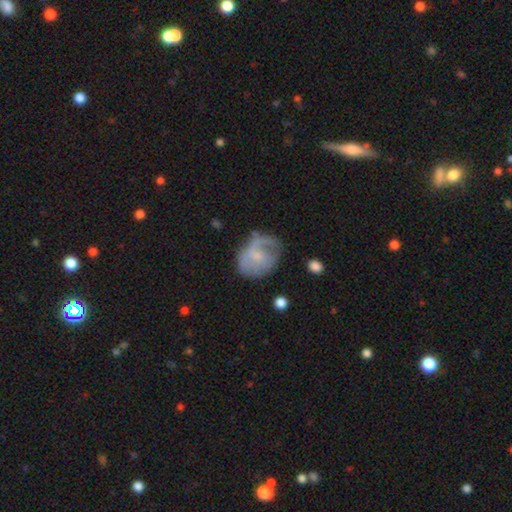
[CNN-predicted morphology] smooth-or-featured: featured or disk: 49% | smooth: 43% | star or artifact: 8%
  merging: none: 42% | minor disturbance: 29% | major disturbance: 25% | merger: 3%